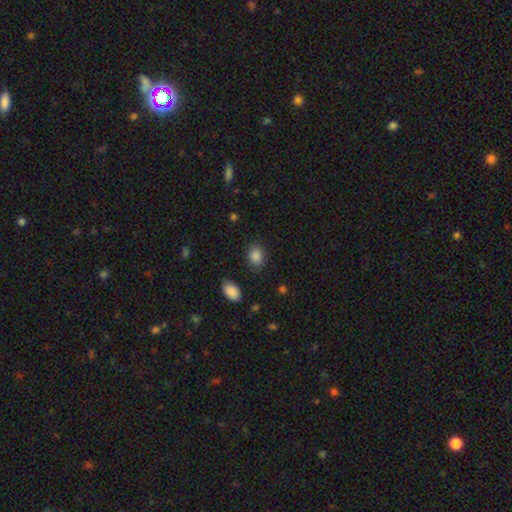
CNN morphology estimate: smooth-or-featured: smooth: 87% | star or artifact: 10% | featured or disk: 4%
  how-rounded: in between: 66% | round: 32% | cigar-shaped: 1%
  merging: none: 81% | minor disturbance: 13% | major disturbance: 4% | merger: 2%